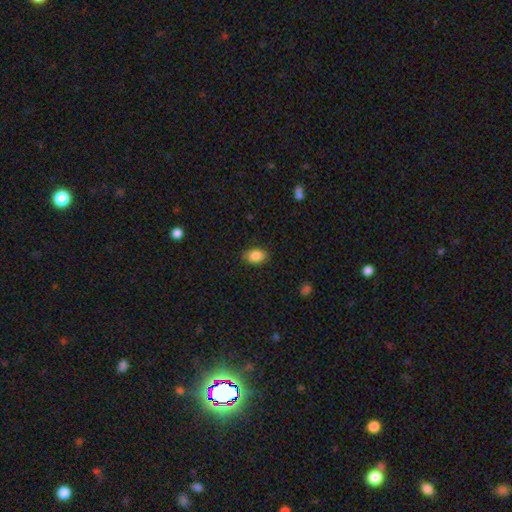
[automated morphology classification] The model was most divided on "how rounded": in between: 83%, round: 16%, cigar-shaped: 1%. More confident: merging — none (87%); smooth or featured — smooth (86%).